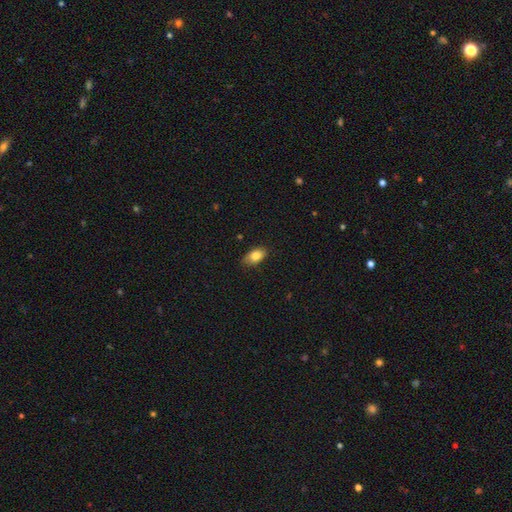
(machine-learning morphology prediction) This appears to be a smooth galaxy with no disk features (82%) that is in between round and cigar-shaped (90%). Merging: none (76%).